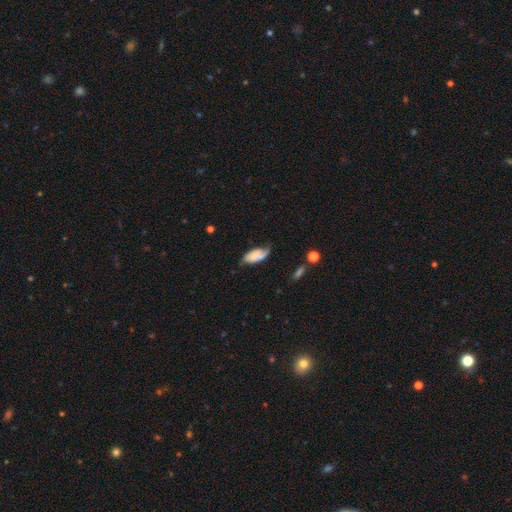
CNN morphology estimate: smooth 60%, featured or disk 32%, star or artifact 8%. Down the decision tree: how rounded — in between (90%); merging — none (46%).